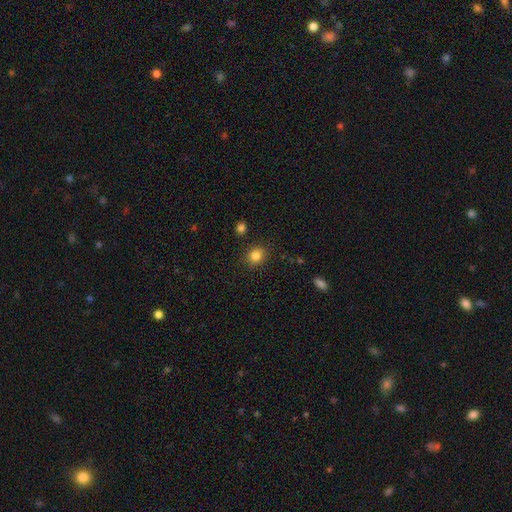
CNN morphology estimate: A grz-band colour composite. It shows a smooth galaxy with no disk features (83%) that is round (79%). Merging: none (86%).